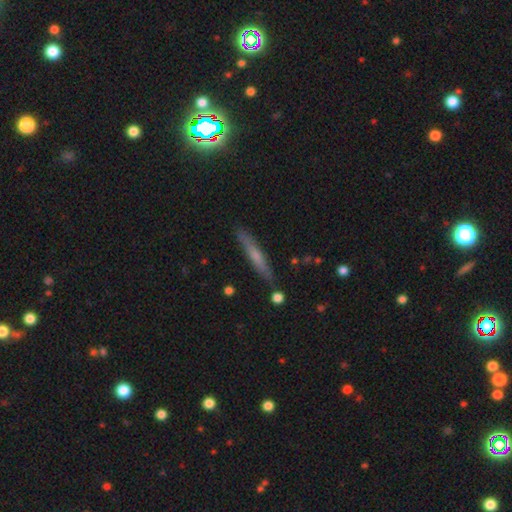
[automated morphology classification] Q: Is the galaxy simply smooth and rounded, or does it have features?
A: smooth — 51%.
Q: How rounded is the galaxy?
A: cigar-shaped — 93%.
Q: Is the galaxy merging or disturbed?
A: none — 86%.